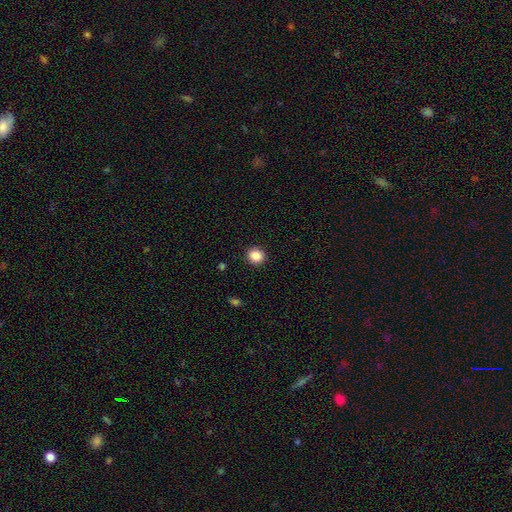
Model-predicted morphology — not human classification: Smooth or featured: smooth — 87% (star or artifact — 10%)
How rounded: round — 84% (in between — 15%)
Merging: none — 91% (minor disturbance — 6%)